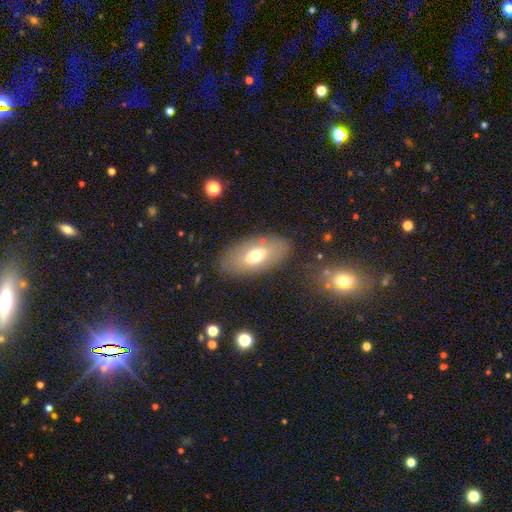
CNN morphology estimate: smooth-or-featured: smooth: 61% | featured or disk: 30% | star or artifact: 9%
  how-rounded: in between: 90% | round: 6% | cigar-shaped: 4%
  merging: none: 82% | minor disturbance: 12% | major disturbance: 5% | merger: 2%